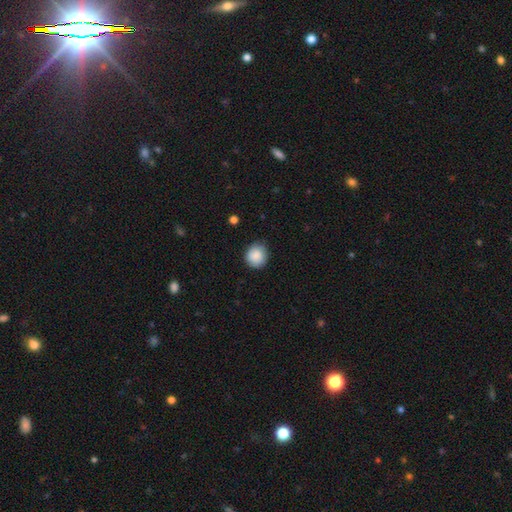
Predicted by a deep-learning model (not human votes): Smooth or featured?
  - smooth: 88% *
  - star or artifact: 7%
  - featured or disk: 4%
How rounded?
  - round: 87% *
  - in between: 12%
  - cigar-shaped: 1%
Merging?
  - none: 80% *
  - minor disturbance: 16%
  - major disturbance: 3%
  - merger: 1%